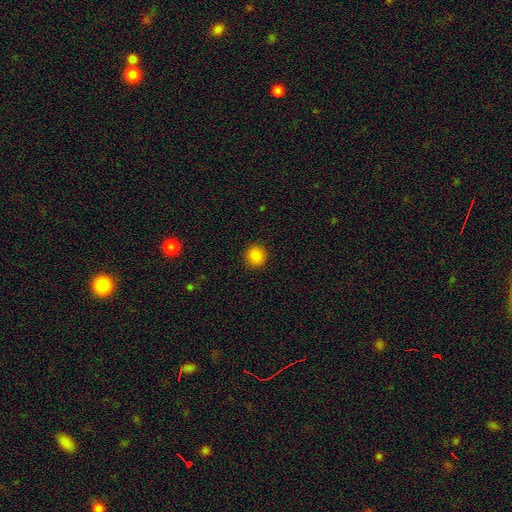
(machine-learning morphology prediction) smooth 85%, star or artifact 11%, featured or disk 4%. Down the decision tree: how rounded — round (90%); merging — none (92%).